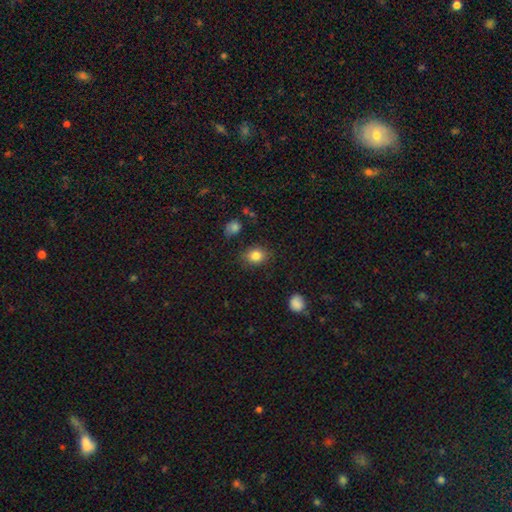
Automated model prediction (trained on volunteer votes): Morphology: type=smooth (83%); roundness=round (50%); merging=none (81%).